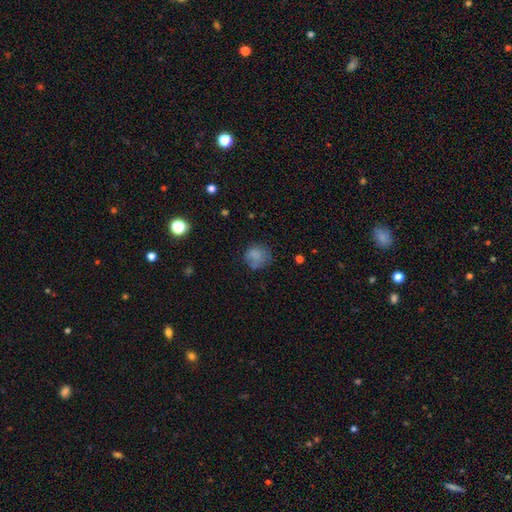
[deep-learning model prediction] A smooth galaxy with no disk features (78%) that is round (84%). Merging: none (64%).